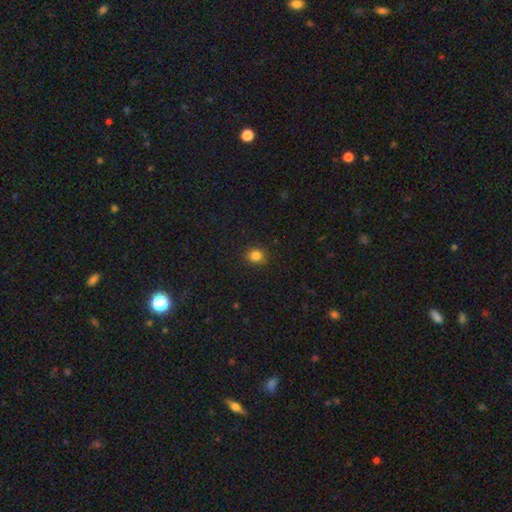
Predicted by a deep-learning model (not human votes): Q: Smooth or featured?
A: smooth (84%); runner-up: star or artifact (12%)
Q: How rounded?
A: round (71%); runner-up: in between (28%)
Q: Merging?
A: none (90%); runner-up: minor disturbance (7%)